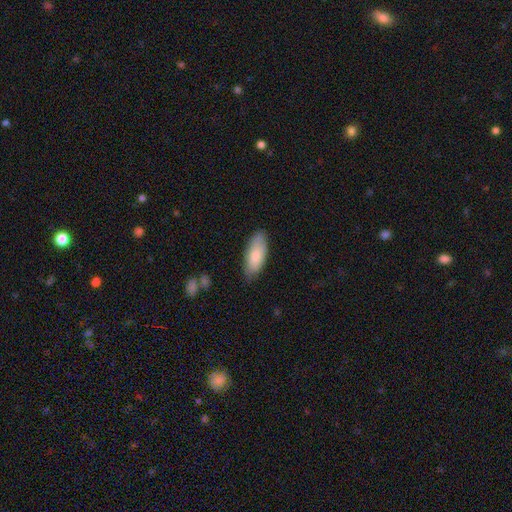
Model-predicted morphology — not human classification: This appears to be a smooth galaxy with no disk features (81%) that is in between round and cigar-shaped (79%). Merging: none (79%).